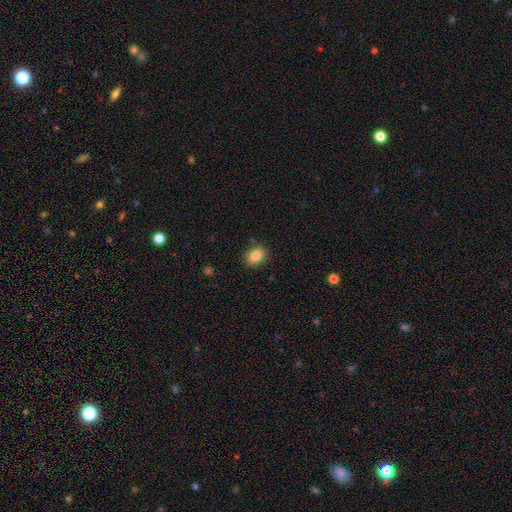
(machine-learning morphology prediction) Overall: smooth (85%). How rounded: in between (68%; round 30%). Merging: none (87%).